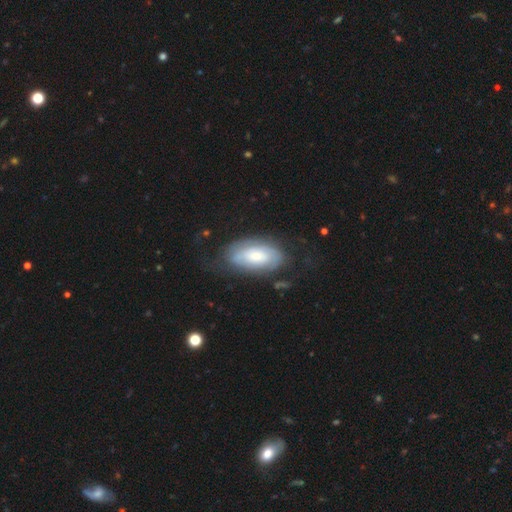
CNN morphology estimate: This is possibly a featured or disk galaxy (57%). It is clearly not viewed edge-on (93%). Bar: likely no (73%). Spiral arm pattern: likely yes (72%). Central bulge: marginally small (43%). Merging: likely none (62%).